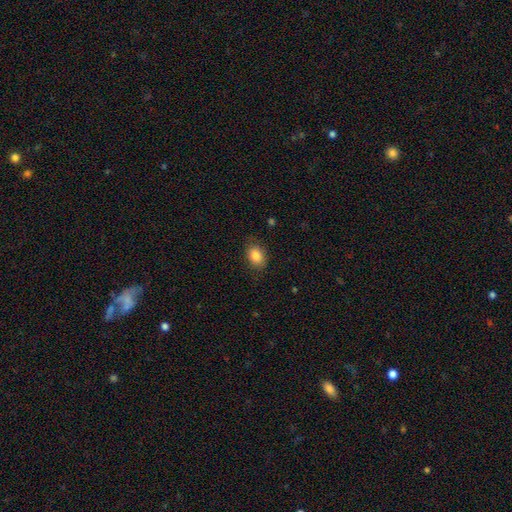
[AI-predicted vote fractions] This is clearly a smooth galaxy (85%). How rounded: likely in between (78%). Merging: clearly none (83%).